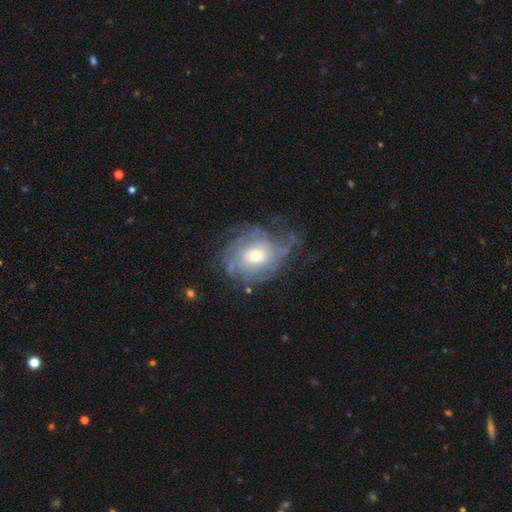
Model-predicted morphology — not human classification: Smooth or featured? Predicted: featured or disk (p=0.73). Edge-on disk? Predicted: no (p=0.96). Bar? Predicted: no (p=0.77). Spiral arms? Predicted: yes (p=0.84). Spiral winding? Predicted: tight (p=0.54). Spiral arm count? Predicted: can't tell (p=0.51). Bulge size? Predicted: moderate (p=0.57). Merging? Predicted: none (p=0.58).